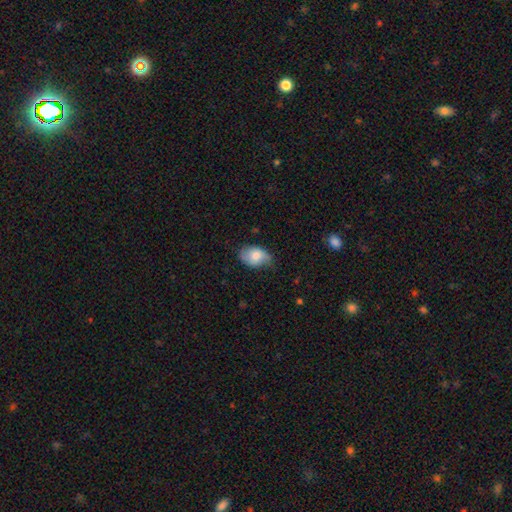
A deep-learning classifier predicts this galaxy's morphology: Smooth or featured?
  - smooth: 73% *
  - featured or disk: 20%
  - star or artifact: 7%
How rounded?
  - in between: 86% *
  - round: 13%
  - cigar-shaped: 1%
Merging?
  - none: 64% *
  - minor disturbance: 29%
  - major disturbance: 5%
  - merger: 1%